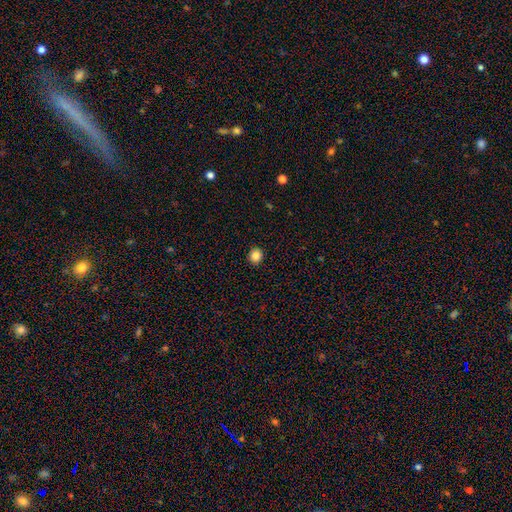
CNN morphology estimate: The model was most divided on "smooth or featured": smooth: 84%, star or artifact: 11%, featured or disk: 5%. More confident: merging — none (92%); how rounded — round (87%).